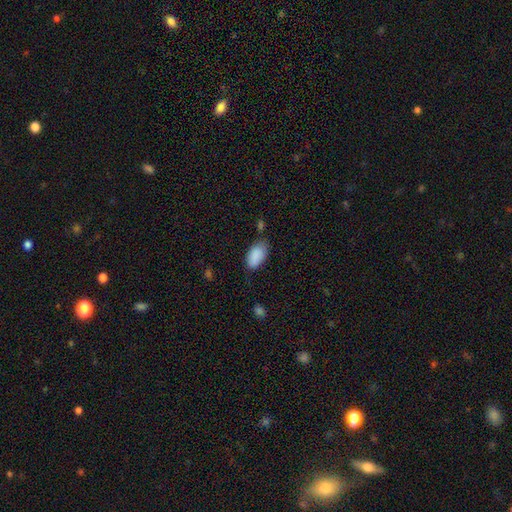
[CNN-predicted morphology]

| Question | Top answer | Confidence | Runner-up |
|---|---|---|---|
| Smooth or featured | smooth | 89% | star or artifact (6%) |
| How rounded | in between | 95% | round (3%) |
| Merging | none | 65% | minor disturbance (26%) |